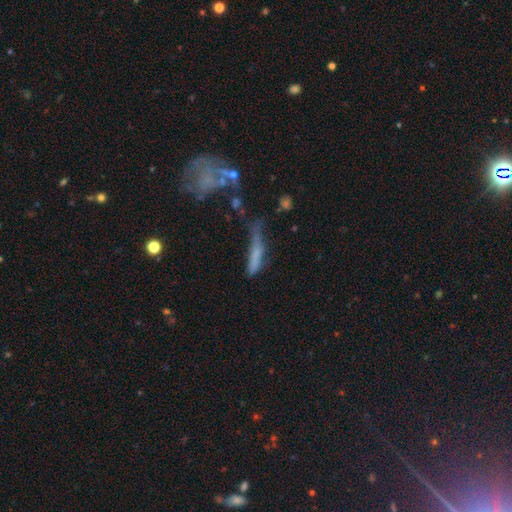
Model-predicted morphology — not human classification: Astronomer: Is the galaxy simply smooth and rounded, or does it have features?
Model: smooth — 60%.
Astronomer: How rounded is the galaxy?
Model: cigar-shaped — 80%.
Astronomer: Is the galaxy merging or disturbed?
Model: none — 31% (runner-up: major disturbance, 30%).